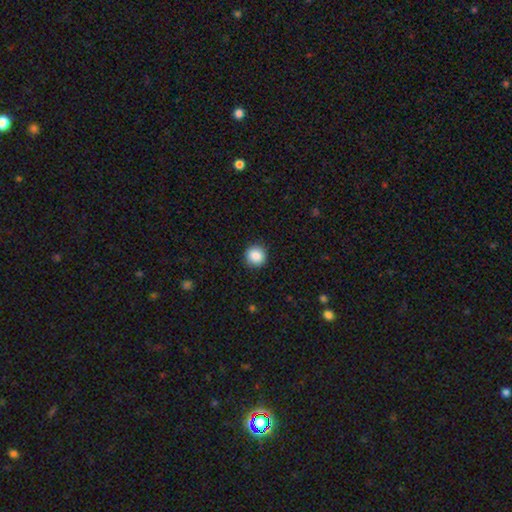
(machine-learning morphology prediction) This is clearly a smooth galaxy (88%). How rounded: clearly round (94%). Merging: clearly none (92%).